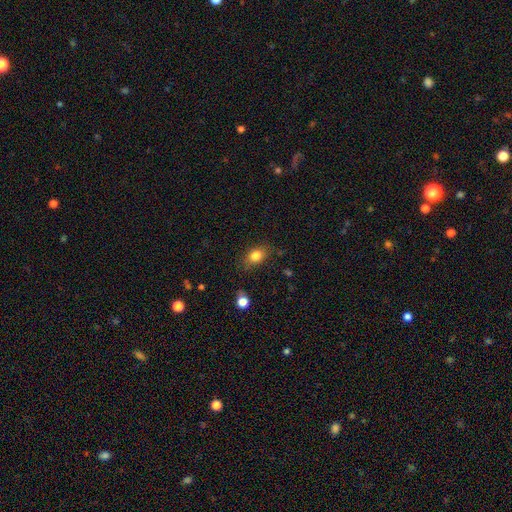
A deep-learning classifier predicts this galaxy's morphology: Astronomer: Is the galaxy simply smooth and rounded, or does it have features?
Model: smooth — 81%.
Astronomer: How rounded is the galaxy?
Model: in between — 72%.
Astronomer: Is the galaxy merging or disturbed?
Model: none — 77%.